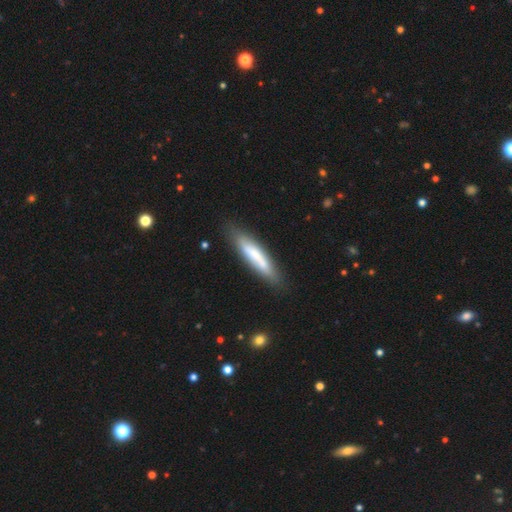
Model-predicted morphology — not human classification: Q: Smooth or featured?
A: smooth (59%); runner-up: featured or disk (35%)
Q: How rounded?
A: cigar-shaped (83%); runner-up: in between (15%)
Q: Merging?
A: none (76%); runner-up: minor disturbance (17%)